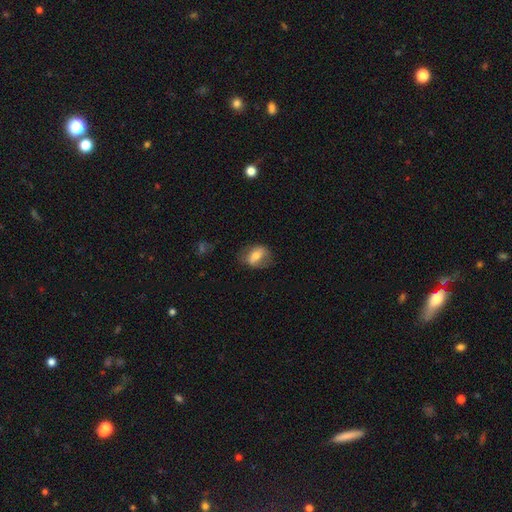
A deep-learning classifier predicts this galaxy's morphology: Smooth or featured? Predicted: smooth (p=0.60). How rounded? Predicted: in between (p=0.75). Merging? Predicted: none (p=0.66).